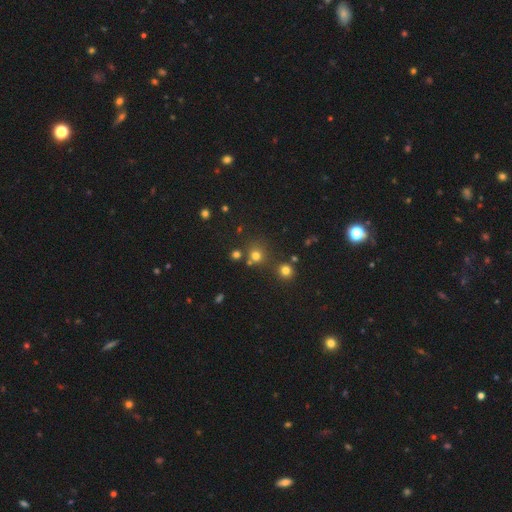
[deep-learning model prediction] This appears to be a smooth galaxy with no disk features (70%) that is round (89%). Merging: none (71%).